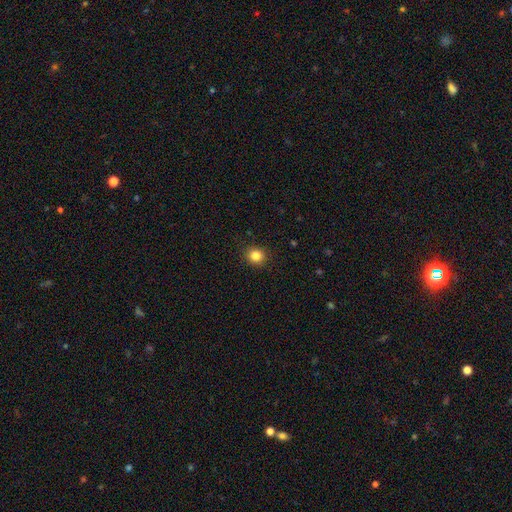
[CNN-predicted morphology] smooth_or_featured: smooth (p=0.84) [alt: star or artifact p=0.12]
how_rounded: round (p=0.88) [alt: in between p=0.11]
merging: none (p=0.91) [alt: minor disturbance p=0.06]